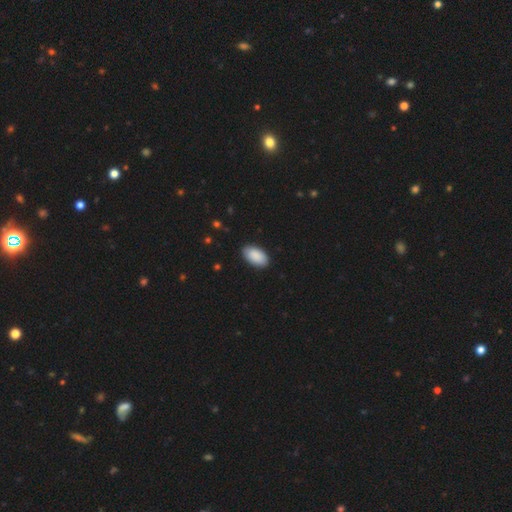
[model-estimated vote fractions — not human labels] Smooth or featured?
  - smooth: 91% *
  - star or artifact: 6%
  - featured or disk: 4%
How rounded?
  - in between: 96% *
  - round: 3%
  - cigar-shaped: 1%
Merging?
  - none: 89% *
  - minor disturbance: 9%
  - major disturbance: 2%
  - merger: 1%